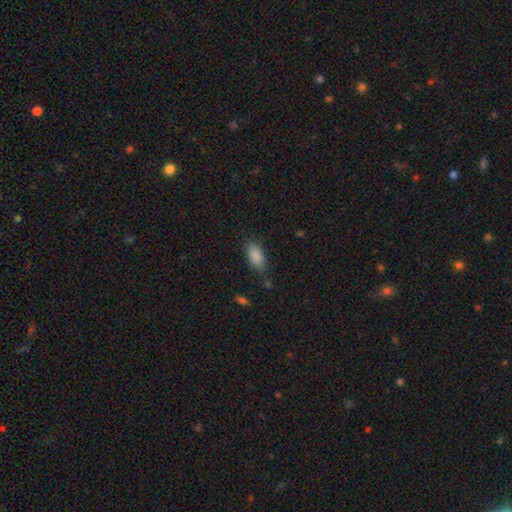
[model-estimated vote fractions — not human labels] A smooth galaxy with no disk features (88%) that is in between round and cigar-shaped (92%). Merging: none (79%).